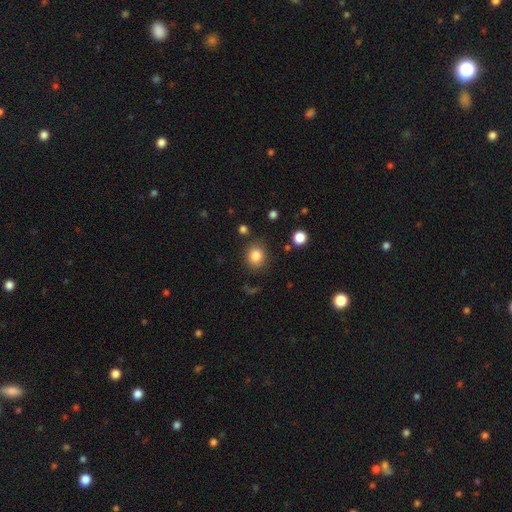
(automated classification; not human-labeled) This appears to be a smooth galaxy with no disk features (84%) that is round (76%). Merging: none (84%).